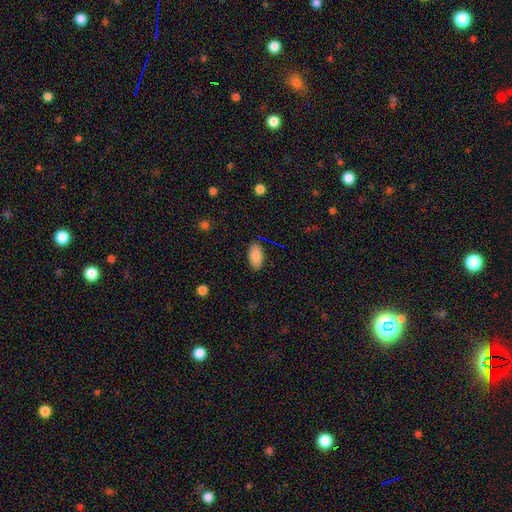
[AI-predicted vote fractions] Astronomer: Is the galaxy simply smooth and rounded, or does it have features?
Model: smooth — 87%.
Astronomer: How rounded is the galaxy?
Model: in between — 93%.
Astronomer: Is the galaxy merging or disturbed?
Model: none — 85%.